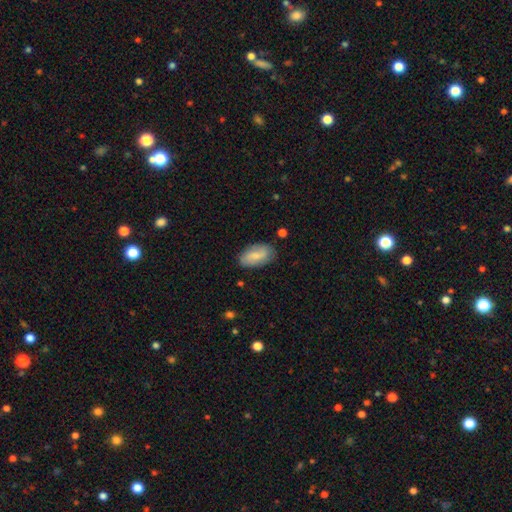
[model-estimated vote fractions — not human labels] This appears to be a smooth galaxy with no disk features (70%) that is in between round and cigar-shaped (93%). Merging: none (78%).